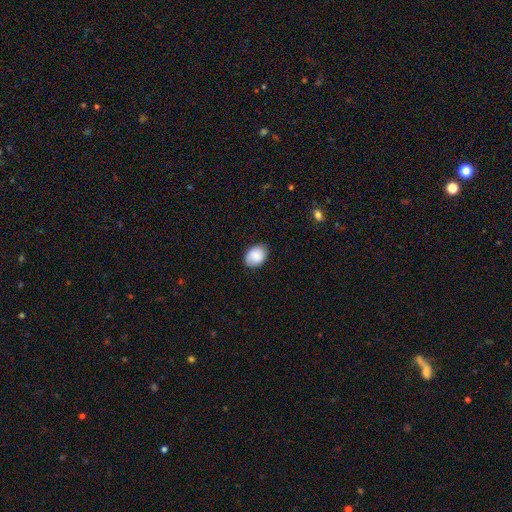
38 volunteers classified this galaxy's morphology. Smooth or featured? smooth (87%)
How rounded? in between (70%)
Merging? none (92%)